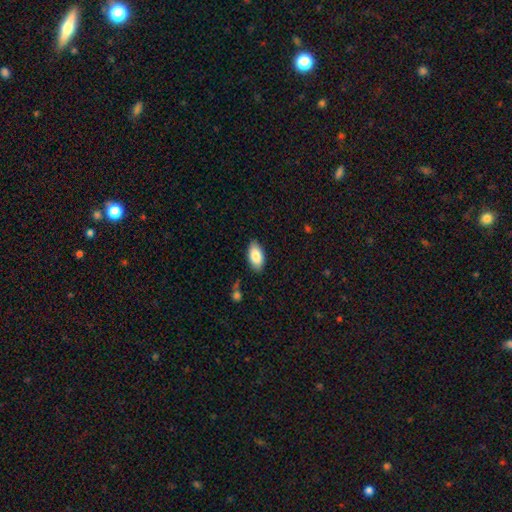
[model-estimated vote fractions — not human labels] smooth 86%, featured or disk 8%, star or artifact 6%. Down the decision tree: how rounded — in between (94%); merging — none (86%).